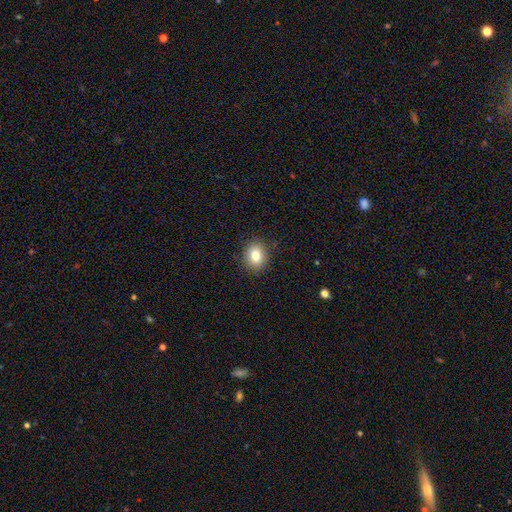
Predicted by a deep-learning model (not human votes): Q: Smooth or featured?
A: smooth (80%); runner-up: star or artifact (10%)
Q: How rounded?
A: round (60%); runner-up: in between (39%)
Q: Merging?
A: none (89%); runner-up: minor disturbance (7%)